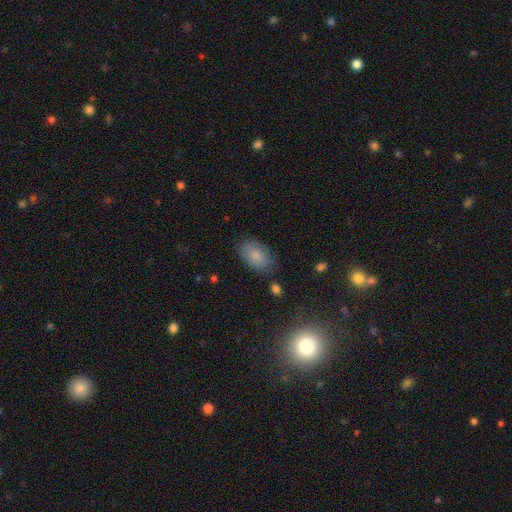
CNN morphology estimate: Smooth or featured: smooth — 84% (featured or disk — 8%)
How rounded: in between — 91% (round — 8%)
Merging: none — 78% (minor disturbance — 15%)